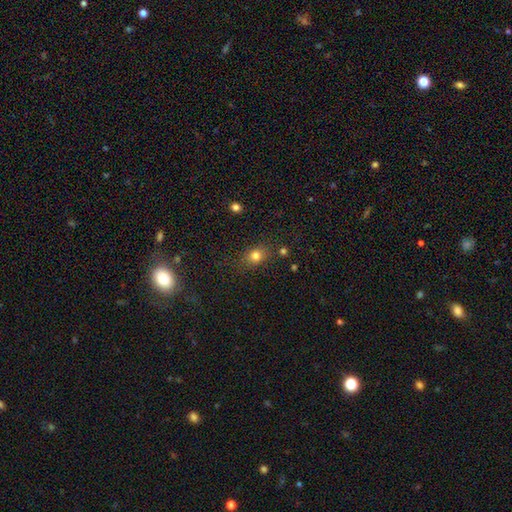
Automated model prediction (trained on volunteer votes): Smooth or featured?
  - smooth: 79% *
  - star or artifact: 14%
  - featured or disk: 8%
How rounded?
  - round: 54% *
  - in between: 44%
  - cigar-shaped: 2%
Merging?
  - none: 79% *
  - minor disturbance: 13%
  - major disturbance: 5%
  - merger: 3%